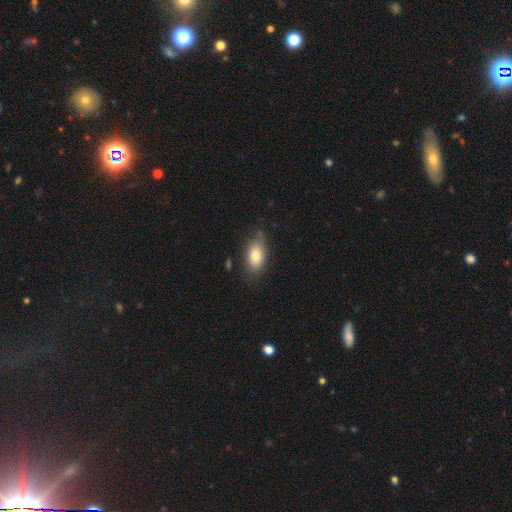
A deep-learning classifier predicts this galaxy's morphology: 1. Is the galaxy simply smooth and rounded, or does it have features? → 80% smooth, 13% featured or disk, 7% star or artifact.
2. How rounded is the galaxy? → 90% in between, 6% round, 4% cigar-shaped.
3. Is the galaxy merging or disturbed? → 73% none, 20% minor disturbance, 5% major disturbance, 2% merger.